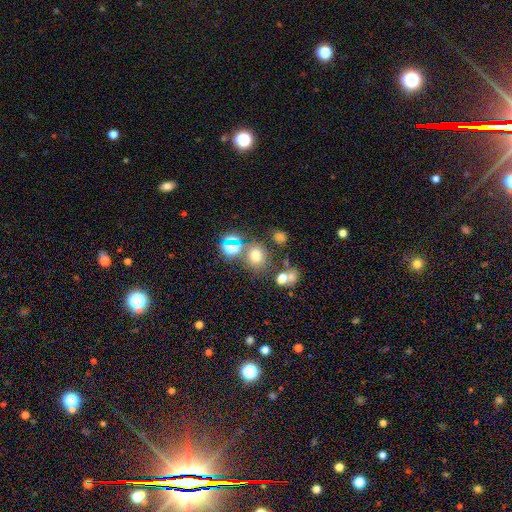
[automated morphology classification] smooth-or-featured: smooth: 64% | star or artifact: 25% | featured or disk: 10%
  how-rounded: round: 72% | in between: 27% | cigar-shaped: 1%
  merging: none: 67% | merger: 18% | minor disturbance: 11% | major disturbance: 5%